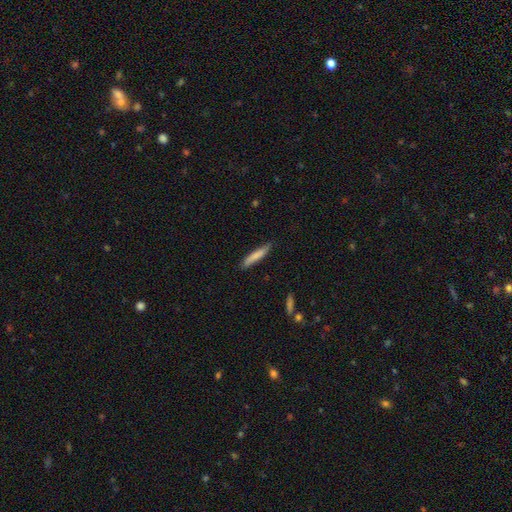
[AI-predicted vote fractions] A smooth galaxy with no disk features (78%) that is cigar-shaped (91%).

Vote fractions:
- Smooth or featured? smooth: 78% / featured or disk: 16% / star or artifact: 6%
- How rounded? cigar-shaped: 91% / in between: 8% / round: 1%
- Merging? none: 80% / minor disturbance: 16% / major disturbance: 2% / merger: 1%